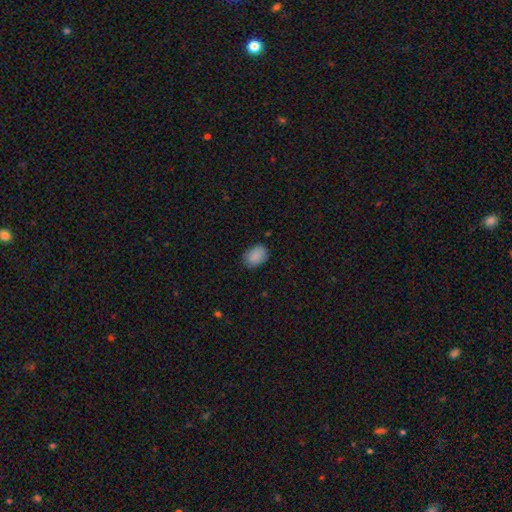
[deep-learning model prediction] This is clearly a smooth galaxy (88%). How rounded: clearly in between (81%). Merging: clearly none (82%).